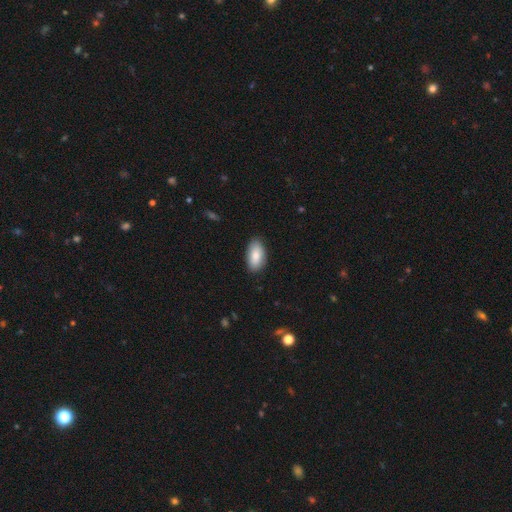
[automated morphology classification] A smooth galaxy with no disk features (83%) that is in between round and cigar-shaped (94%). Merging: none (86%).